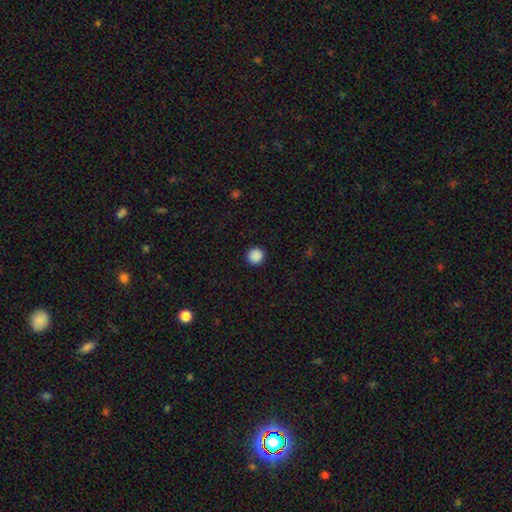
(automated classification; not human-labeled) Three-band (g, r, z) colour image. It shows a smooth galaxy with no disk features (89%) that is round (95%). Merging: none (93%).